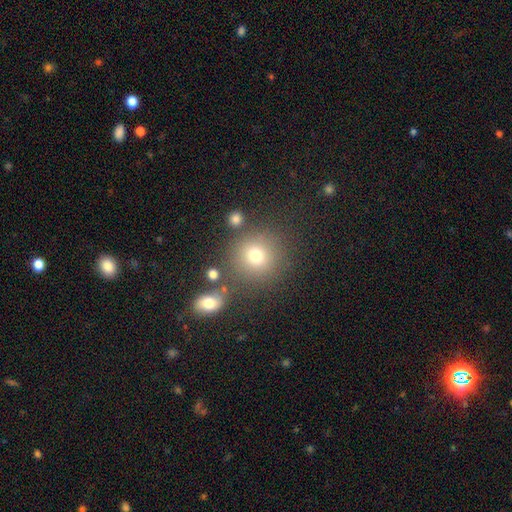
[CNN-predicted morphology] smooth_or_featured: smooth (p=0.74) [alt: star or artifact p=0.16]
how_rounded: round (p=0.91) [alt: in between p=0.08]
merging: none (p=0.77) [alt: minor disturbance p=0.10]